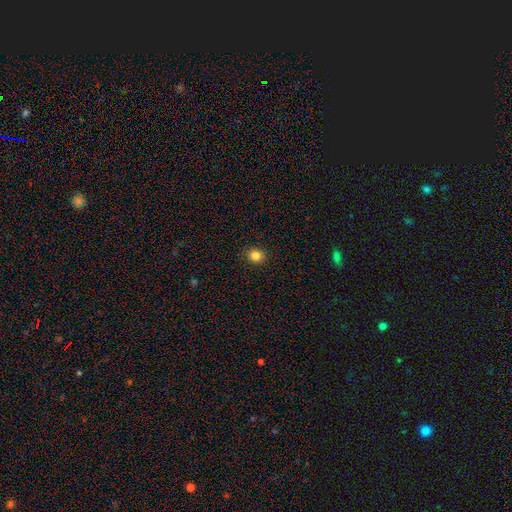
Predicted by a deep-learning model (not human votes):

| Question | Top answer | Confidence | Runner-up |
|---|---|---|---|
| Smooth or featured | smooth | 84% | star or artifact (12%) |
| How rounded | round | 79% | in between (20%) |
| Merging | none | 92% | minor disturbance (6%) |